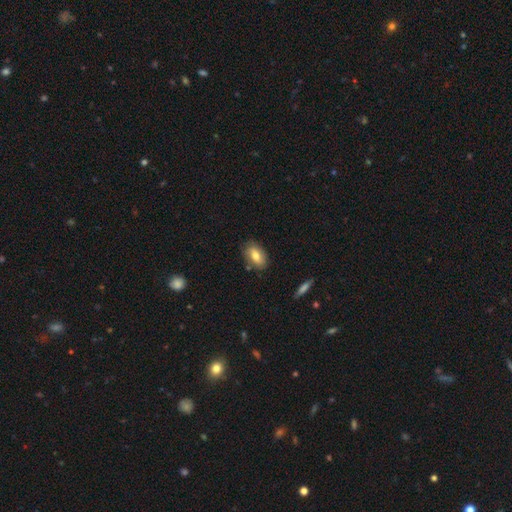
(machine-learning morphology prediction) Smooth or featured?
  - smooth: 76% *
  - featured or disk: 16%
  - star or artifact: 7%
How rounded?
  - in between: 90% *
  - round: 7%
  - cigar-shaped: 3%
Merging?
  - none: 81% *
  - minor disturbance: 14%
  - major disturbance: 3%
  - merger: 3%